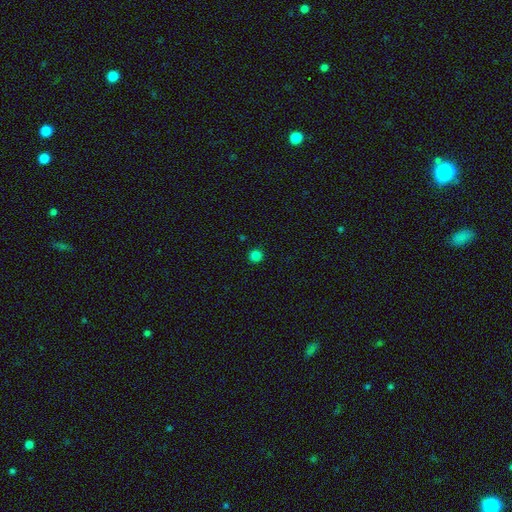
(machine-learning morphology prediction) Smooth or featured? Predicted: smooth (p=0.82). How rounded? Predicted: round (p=0.96). Merging? Predicted: none (p=0.92).